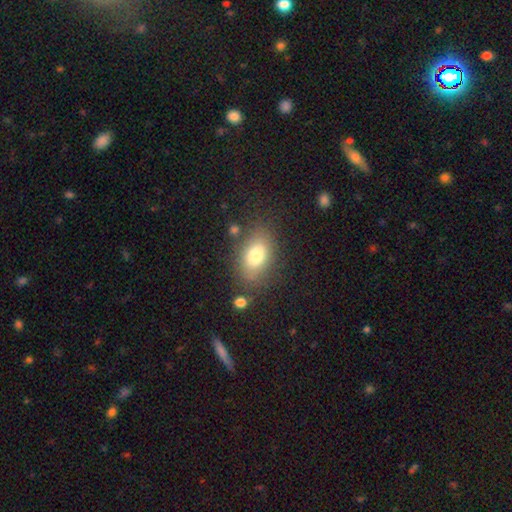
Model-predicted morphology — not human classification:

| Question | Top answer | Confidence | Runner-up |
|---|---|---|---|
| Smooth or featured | smooth | 77% | featured or disk (14%) |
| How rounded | in between | 84% | round (14%) |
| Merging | none | 76% | minor disturbance (14%) |